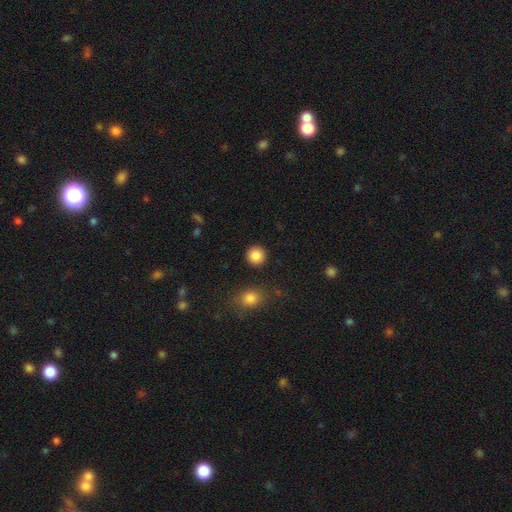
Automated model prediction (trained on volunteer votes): Q: Smooth or featured?
A: smooth (86%); runner-up: star or artifact (9%)
Q: How rounded?
A: round (93%); runner-up: in between (6%)
Q: Merging?
A: none (91%); runner-up: minor disturbance (5%)